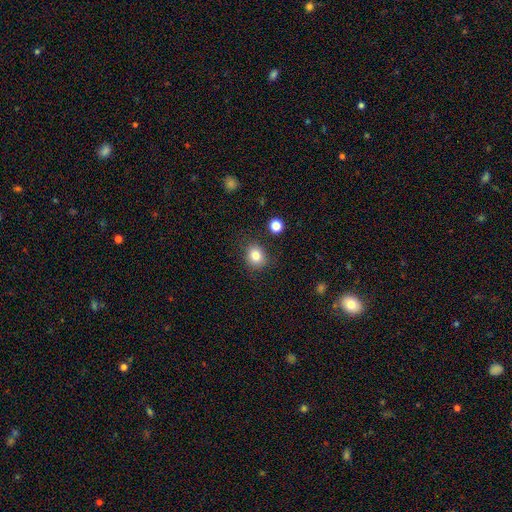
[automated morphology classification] This is clearly a smooth galaxy (83%). How rounded: likely round (69%). Merging: clearly none (82%).